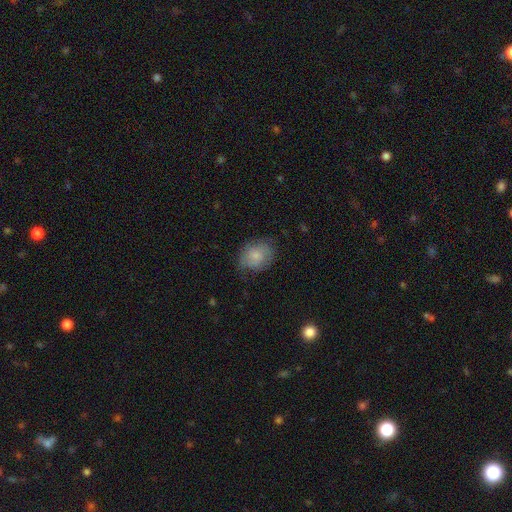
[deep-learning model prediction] Smooth or featured? smooth (75%)
How rounded? in between (54%)
Merging? none (64%)